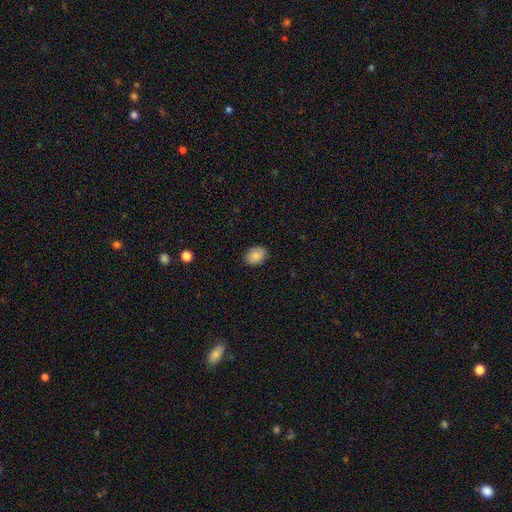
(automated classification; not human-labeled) Smooth or featured: smooth — 84% (featured or disk — 8%)
How rounded: in between — 71% (round — 28%)
Merging: none — 87% (minor disturbance — 10%)